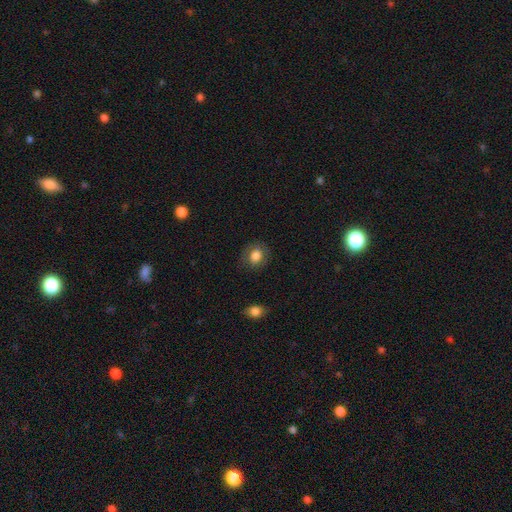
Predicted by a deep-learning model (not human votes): Smooth or featured? smooth (80%)
How rounded? round (63%)
Merging? none (80%)